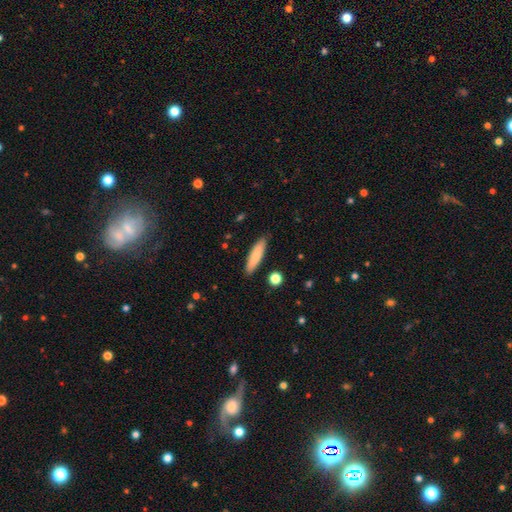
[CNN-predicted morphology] A smooth galaxy with no disk features (82%) that is cigar-shaped (73%). Merging: none (86%).